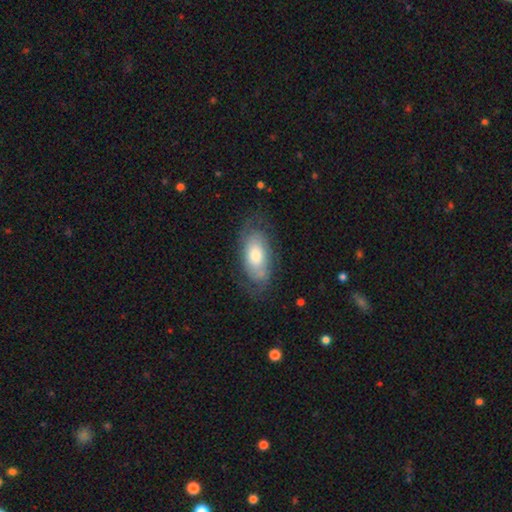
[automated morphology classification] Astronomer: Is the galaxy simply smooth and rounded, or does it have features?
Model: featured or disk — 48% (runner-up: smooth, 46%).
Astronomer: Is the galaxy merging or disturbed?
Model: none — 67%.